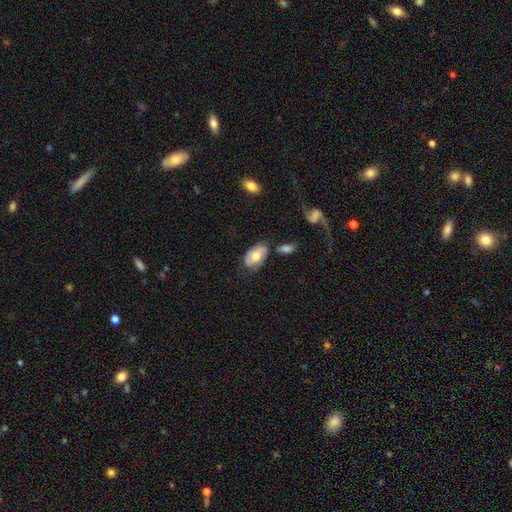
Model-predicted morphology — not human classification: type=smooth (58%); roundness=in between (92%); merging=none (56%).